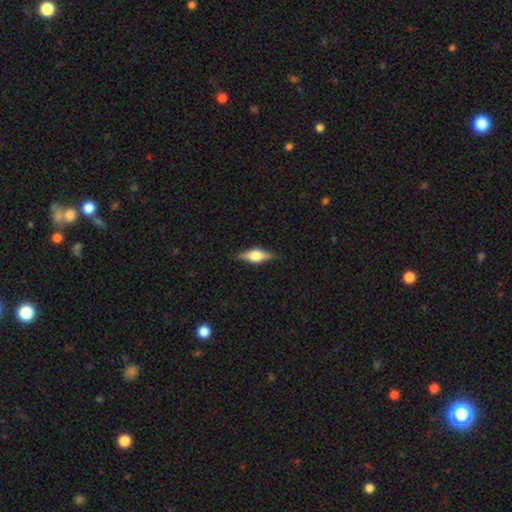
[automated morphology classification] A featured or disk galaxy (65%) viewed edge-on (96%) with a rounded central bulge (90%). Merging: none (86%).